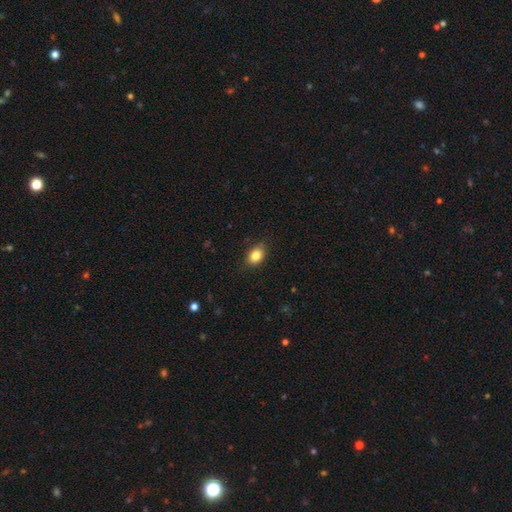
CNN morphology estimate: Smooth or featured? Predicted: smooth (p=0.84). How rounded? Predicted: in between (p=0.78). Merging? Predicted: none (p=0.84).